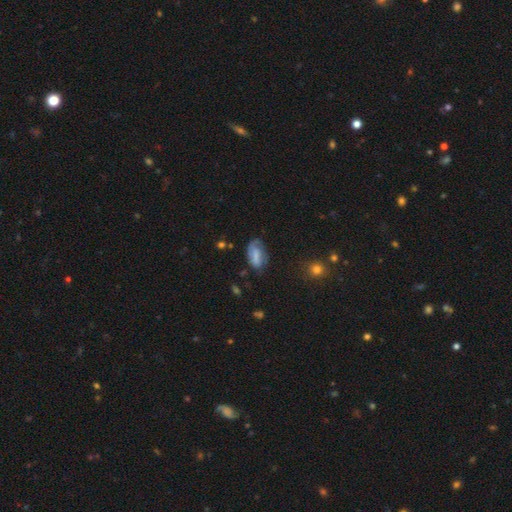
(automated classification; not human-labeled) A smooth galaxy with no disk features (53%) that is in between round and cigar-shaped (87%).

Vote fractions:
- Smooth or featured? smooth: 53% / featured or disk: 37% / star or artifact: 9%
- How rounded? in between: 87% / cigar-shaped: 8% / round: 5%
- Merging? none: 51% / minor disturbance: 29% / major disturbance: 17% / merger: 3%